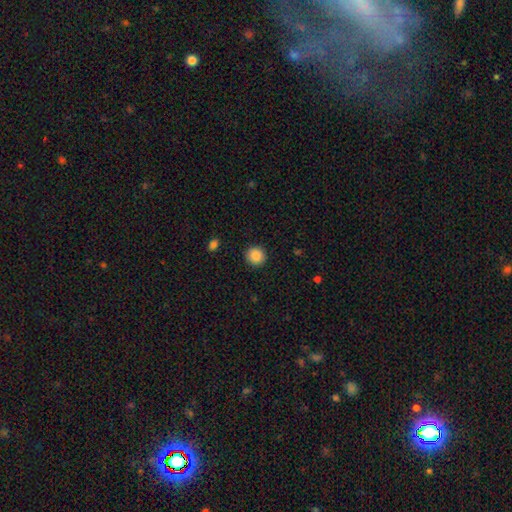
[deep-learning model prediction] A smooth galaxy with no disk features (88%) that is round (93%). Merging: none (92%).